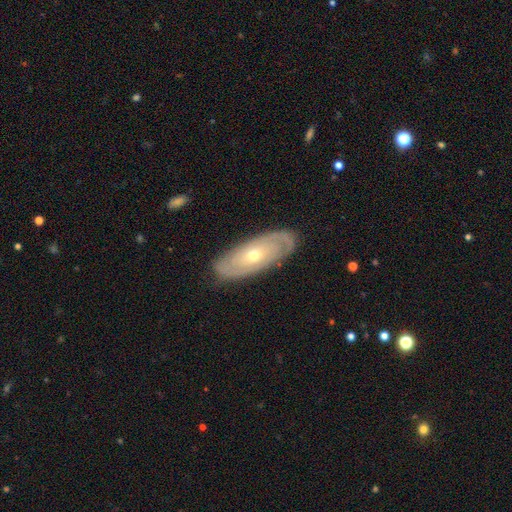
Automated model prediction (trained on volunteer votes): featured or disk 75%, smooth 19%, star or artifact 6%. Down the decision tree: edge-on disk — no (86%); bar — no (79%); spiral arms — yes (82%); spiral arm count — 2 (48%); spiral winding — tight (72%); bulge size — small (49%); merging — none (85%).